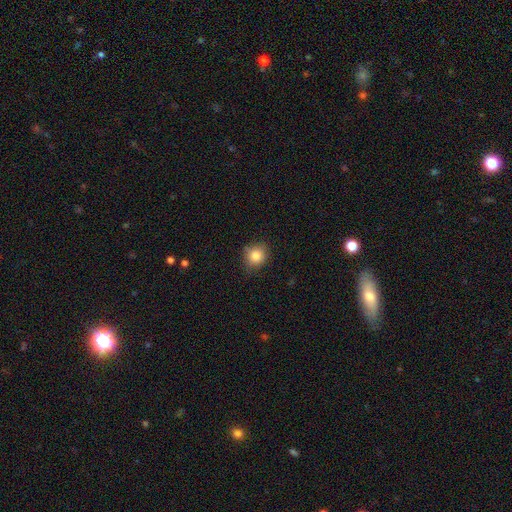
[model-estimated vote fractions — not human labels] A smooth galaxy with no disk features (84%) that is round (75%). Merging: none (79%).